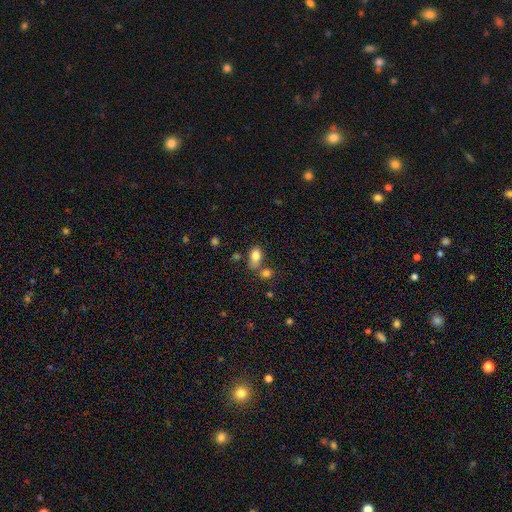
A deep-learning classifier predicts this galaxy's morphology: This is clearly a smooth galaxy (82%). How rounded: clearly in between (84%). Merging: possibly none (53%).